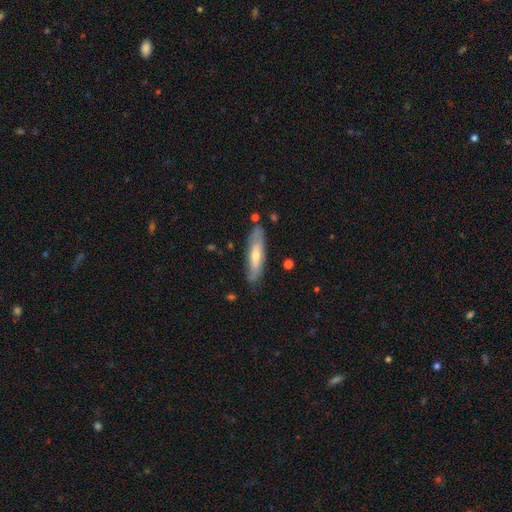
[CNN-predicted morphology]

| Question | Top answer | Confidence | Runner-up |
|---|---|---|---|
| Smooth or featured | smooth | 50% | featured or disk (44%) |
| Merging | none | 81% | minor disturbance (14%) |